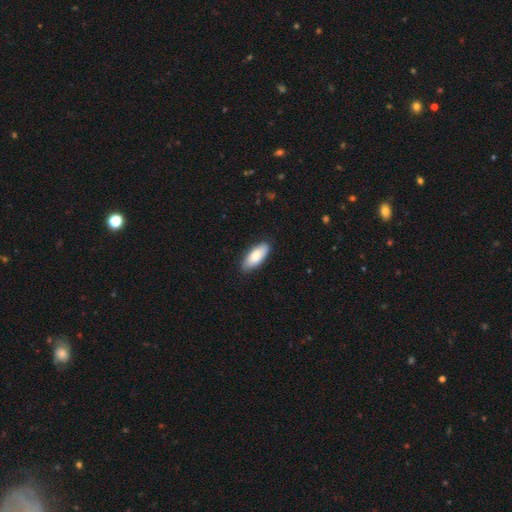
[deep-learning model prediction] Morphology: type=smooth (79%); roundness=in between (82%); merging=none (86%).